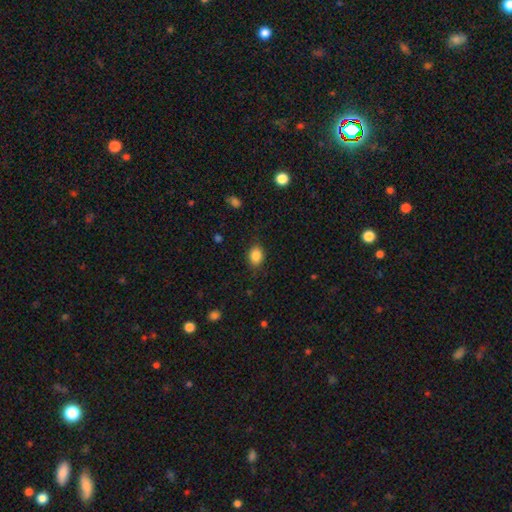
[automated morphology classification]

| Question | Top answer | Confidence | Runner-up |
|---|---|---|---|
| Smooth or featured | smooth | 85% | star or artifact (9%) |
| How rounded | in between | 65% | round (33%) |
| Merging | none | 83% | minor disturbance (13%) |